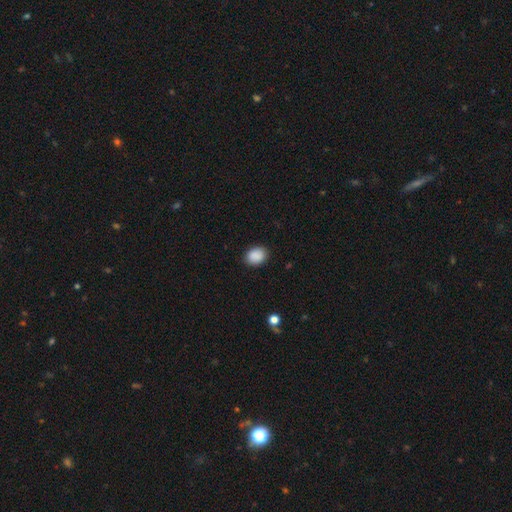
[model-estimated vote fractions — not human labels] This appears to be a smooth galaxy with no disk features (89%) that is in between round and cigar-shaped (57%). Merging: none (88%).